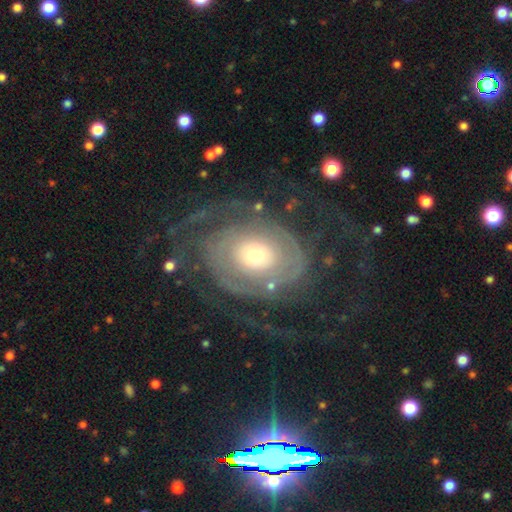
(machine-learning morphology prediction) smooth_or_featured: featured or disk (p=0.85) [alt: smooth p=0.10]
disk_edge_on: no (p=0.97) [alt: yes p=0.03]
bar: no (p=0.81) [alt: weak p=0.14]
has_spiral_arms: yes (p=0.90) [alt: no p=0.10]
spiral_winding: tight (p=0.55) [alt: medium p=0.28]
spiral_arm_count: 2 (p=0.40) [alt: can't tell p=0.25]
bulge_size: moderate (p=0.46) [alt: small p=0.39]
merging: none (p=0.60) [alt: major disturbance p=0.24]